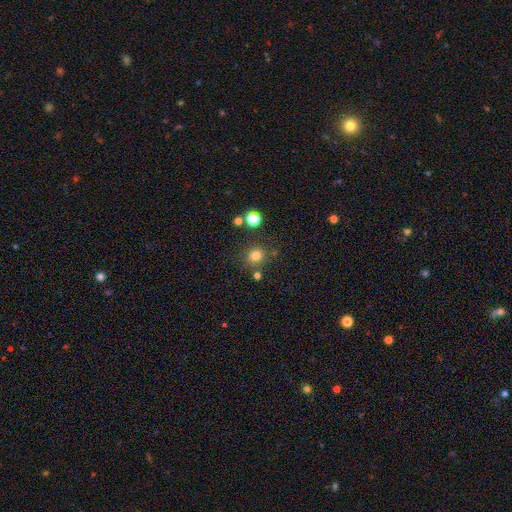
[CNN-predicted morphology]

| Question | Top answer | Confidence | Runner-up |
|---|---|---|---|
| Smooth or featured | smooth | 79% | star or artifact (15%) |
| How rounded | round | 89% | in between (10%) |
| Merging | none | 80% | minor disturbance (9%) |